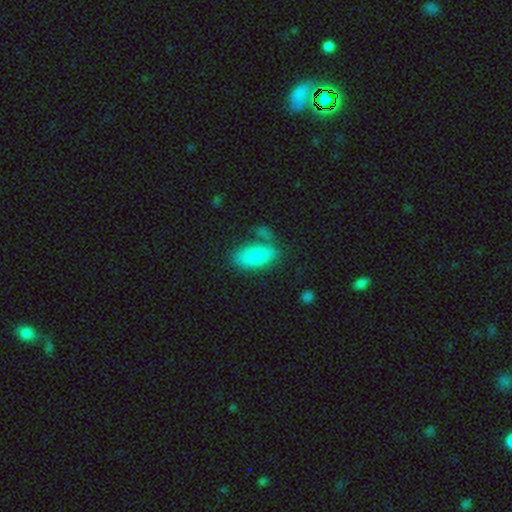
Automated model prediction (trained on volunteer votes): This appears to be a smooth galaxy with no disk features (80%) that is in between round and cigar-shaped (91%). Merging: none (61%).